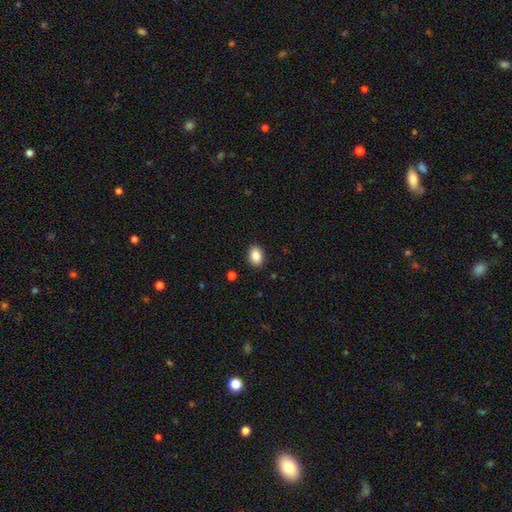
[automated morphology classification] Smooth or featured: smooth — 88% (star or artifact — 8%)
How rounded: in between — 81% (round — 18%)
Merging: none — 90% (minor disturbance — 7%)